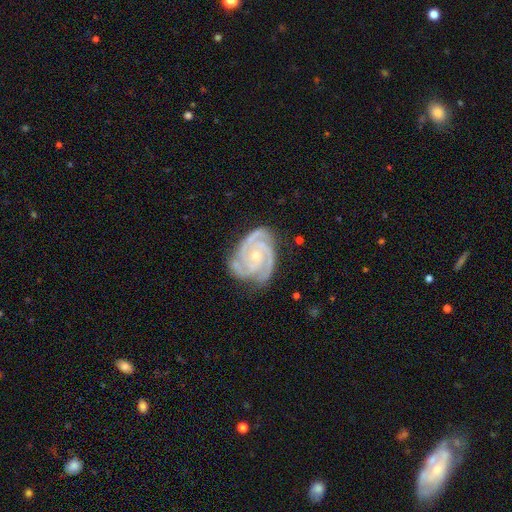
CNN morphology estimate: featured or disk 93%, star or artifact 4%, smooth 3%. Down the decision tree: edge-on disk — no (98%); bar — no (70%); spiral arms — yes (99%); spiral arm count — 3 (62%); spiral winding — tight (71%); bulge size — small (67%); merging — none (72%).